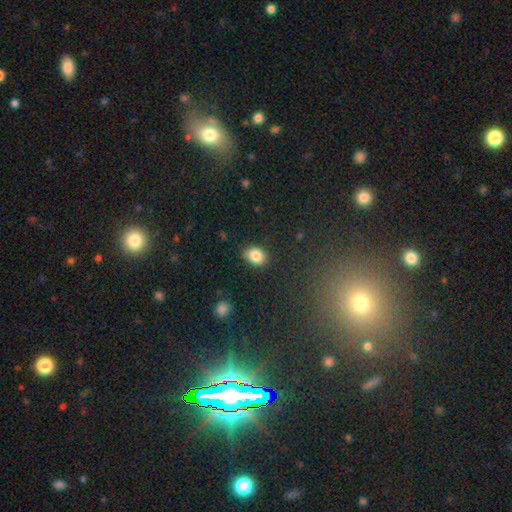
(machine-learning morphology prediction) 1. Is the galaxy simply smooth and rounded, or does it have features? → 86% smooth, 9% star or artifact, 5% featured or disk.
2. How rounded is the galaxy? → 58% in between, 41% round, 1% cigar-shaped.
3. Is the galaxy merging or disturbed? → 84% none, 12% minor disturbance, 3% major disturbance, 1% merger.